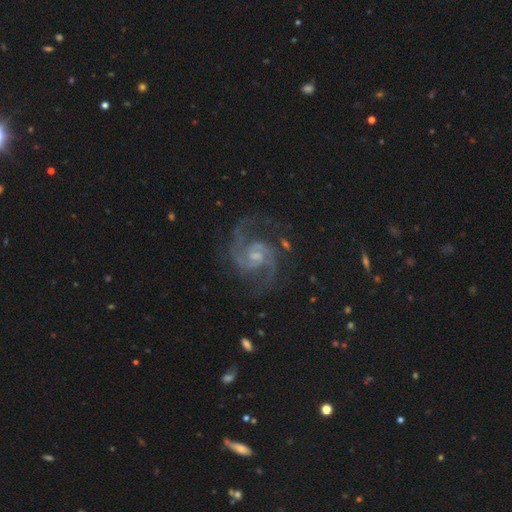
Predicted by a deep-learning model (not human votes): The model was most divided on "bar": no: 46%, weak: 45%, strong: 9%. More confident: spiral arms — yes (98%); edge-on disk — no (98%); smooth or featured — featured or disk (92%); spiral arm count — 2 (86%); merging — none (74%); spiral winding — medium (62%); bulge size — small (60%).